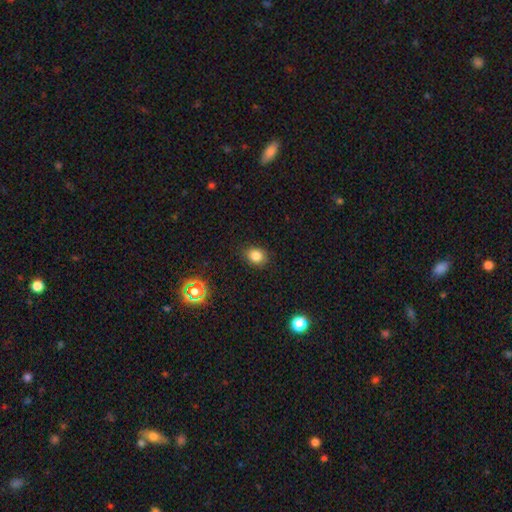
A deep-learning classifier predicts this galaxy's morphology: Smooth or featured? smooth (83%)
How rounded? round (56%)
Merging? none (86%)